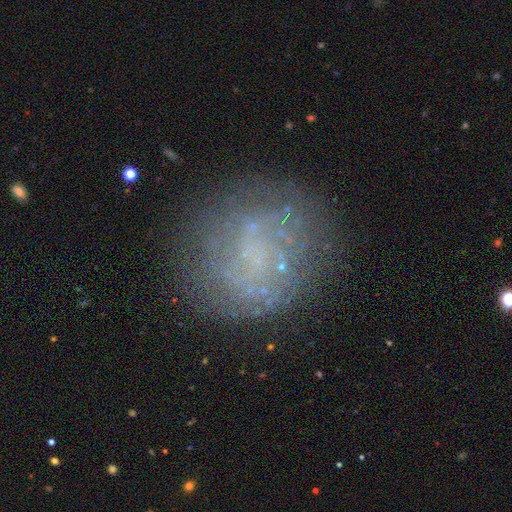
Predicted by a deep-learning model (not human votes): The model was most divided on "spiral arms": no: 62%, yes: 38%. More confident: edge-on disk — no (98%); bar — no (83%); bulge size — none (75%); merging — none (73%); smooth or featured — featured or disk (54%).